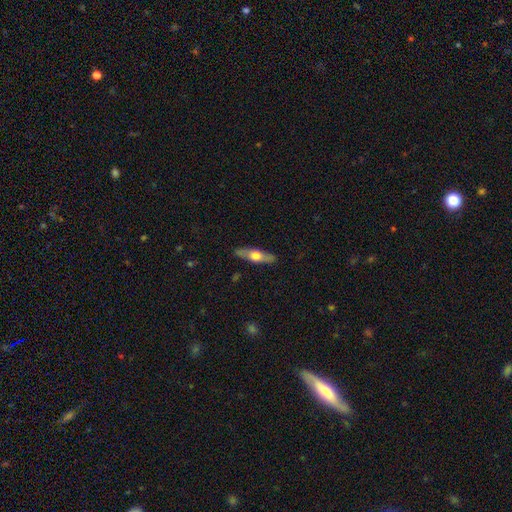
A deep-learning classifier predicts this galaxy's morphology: Smooth or featured? featured or disk (51%)
Edge-on disk? yes (87%)
Merging? none (87%)